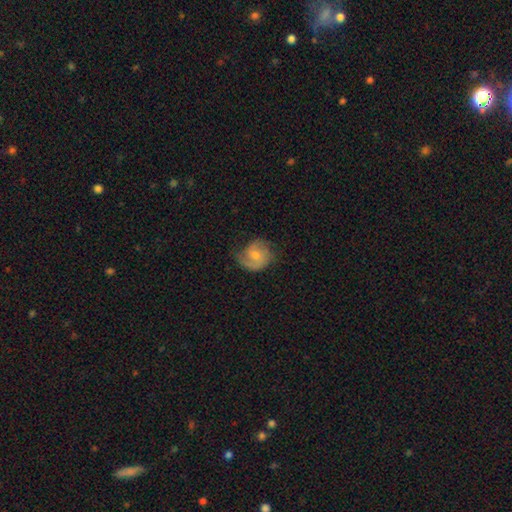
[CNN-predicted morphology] This appears to be a featured or disk galaxy (64%) with no bar (61%), 2 (60%) medium (44%) spiral arms (91%) and a small central bulge (47%). Merging: none (61%).